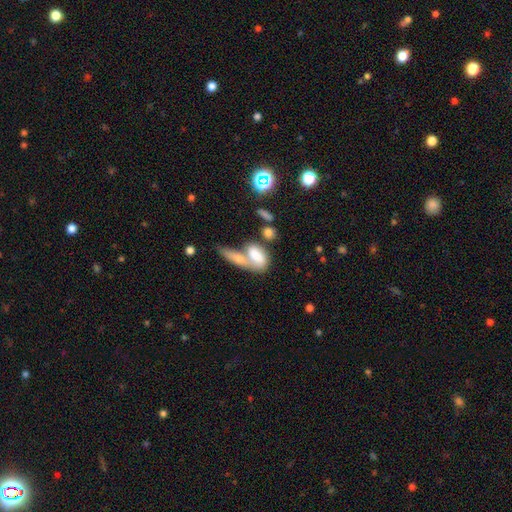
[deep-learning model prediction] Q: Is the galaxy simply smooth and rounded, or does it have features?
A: smooth — 71%.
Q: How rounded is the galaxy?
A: in between — 80%.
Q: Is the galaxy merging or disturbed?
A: merger — 64%.